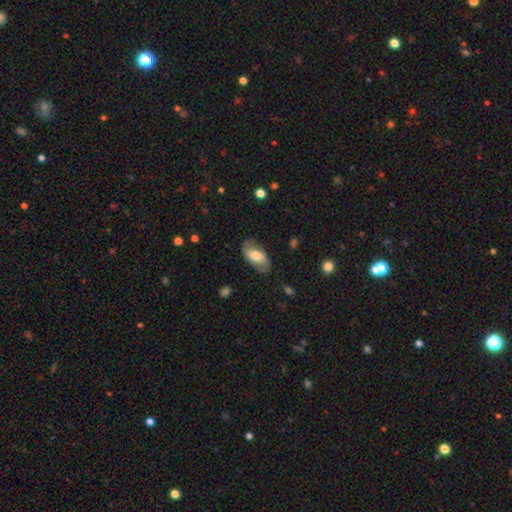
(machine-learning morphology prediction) This is possibly a featured or disk galaxy (52%). It is clearly not viewed edge-on (92%). Merging: likely none (76%).